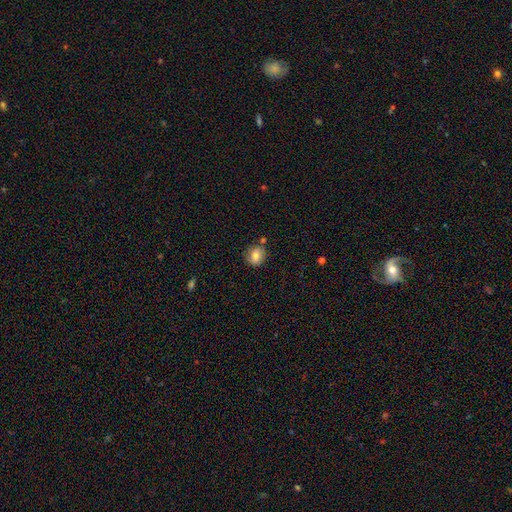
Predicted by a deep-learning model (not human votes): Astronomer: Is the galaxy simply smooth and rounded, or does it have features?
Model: smooth — 77%.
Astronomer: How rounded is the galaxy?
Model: round — 73%.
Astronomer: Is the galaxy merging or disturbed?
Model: none — 74%.